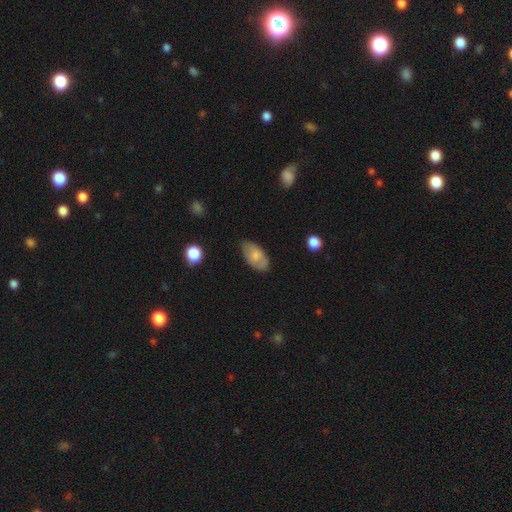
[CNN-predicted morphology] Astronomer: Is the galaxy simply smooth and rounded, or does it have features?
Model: smooth — 72%.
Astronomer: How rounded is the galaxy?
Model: in between — 94%.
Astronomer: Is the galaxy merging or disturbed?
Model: none — 76%.